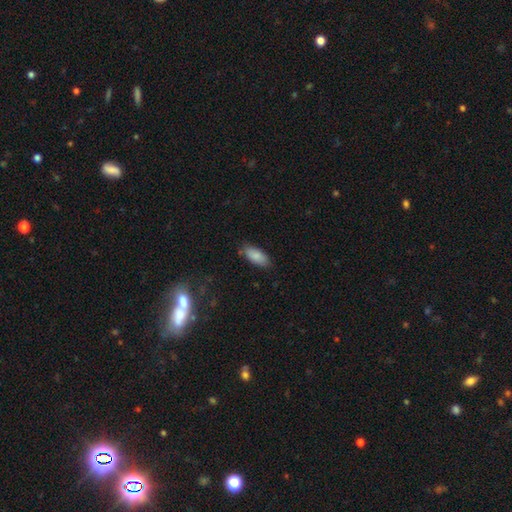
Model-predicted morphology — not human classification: smooth_or_featured: smooth (p=0.86) [alt: featured or disk p=0.07]
how_rounded: in between (p=0.87) [alt: cigar-shaped p=0.11]
merging: none (p=0.79) [alt: minor disturbance p=0.16]